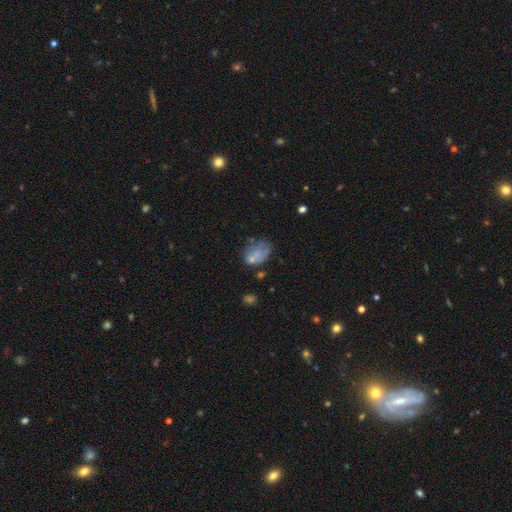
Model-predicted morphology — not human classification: smooth_or_featured: smooth (p=0.60) [alt: featured or disk p=0.29]
how_rounded: in between (p=0.70) [alt: round p=0.29]
merging: none (p=0.38) [alt: minor disturbance p=0.28]